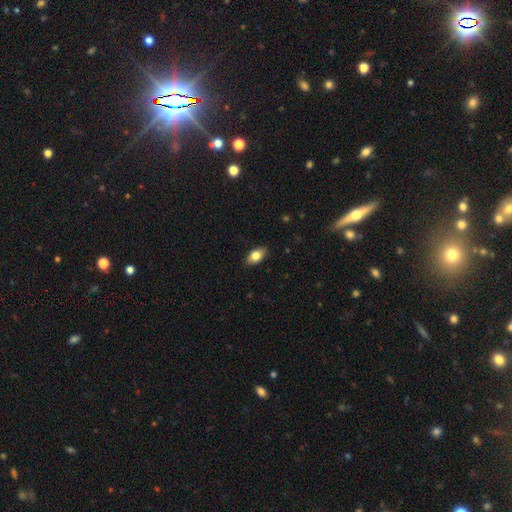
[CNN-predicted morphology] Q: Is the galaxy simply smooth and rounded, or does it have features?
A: smooth — 79%.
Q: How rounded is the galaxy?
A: in between — 90%.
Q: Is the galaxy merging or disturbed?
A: none — 87%.